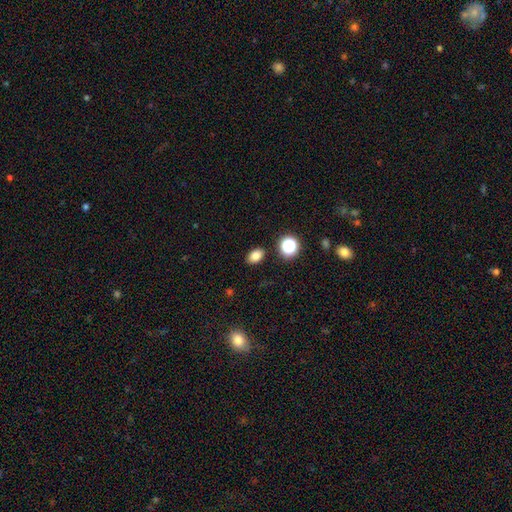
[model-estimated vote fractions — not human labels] smooth 81%, star or artifact 13%, featured or disk 6%. Down the decision tree: how rounded — in between (79%); merging — none (86%).